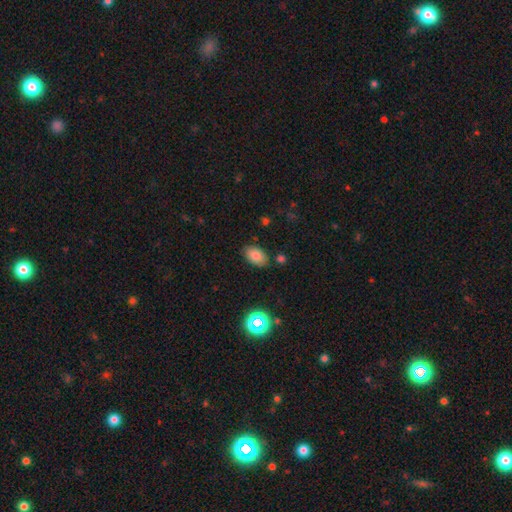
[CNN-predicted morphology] This is likely a smooth galaxy (79%). How rounded: clearly in between (89%). Merging: clearly none (82%).